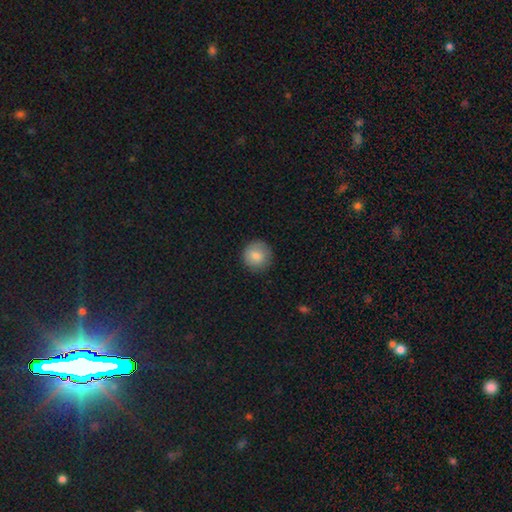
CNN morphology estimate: This appears to be a smooth galaxy with no disk features (83%) that is round (93%). Merging: none (86%).